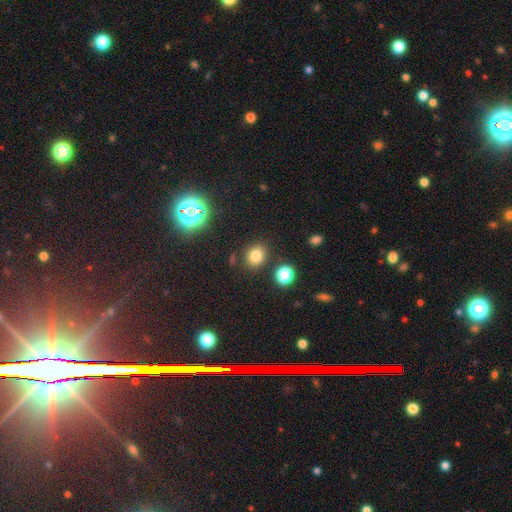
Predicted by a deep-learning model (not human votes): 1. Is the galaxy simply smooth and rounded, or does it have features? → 78% smooth, 16% star or artifact, 6% featured or disk.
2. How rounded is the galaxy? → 62% round, 37% in between, 1% cigar-shaped.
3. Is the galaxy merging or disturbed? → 83% none, 9% minor disturbance, 5% merger, 3% major disturbance.